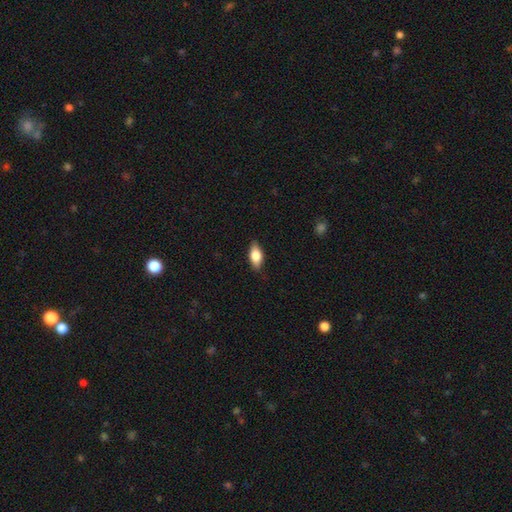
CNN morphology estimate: Smooth or featured? smooth (72%)
How rounded? in between (85%)
Merging? none (84%)